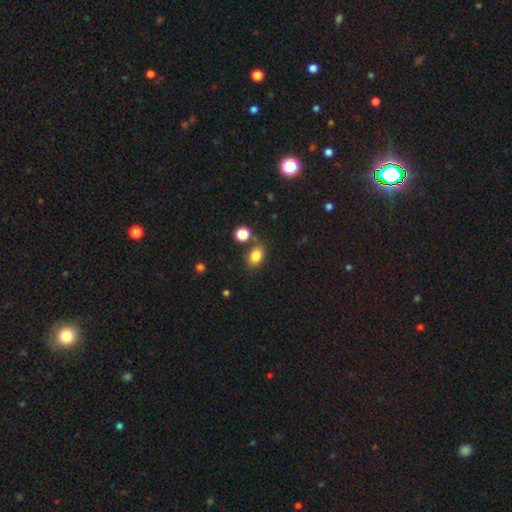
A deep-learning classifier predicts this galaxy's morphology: smooth-or-featured: smooth: 83% | star or artifact: 11% | featured or disk: 7%
  how-rounded: in between: 68% | round: 31% | cigar-shaped: 1%
  merging: none: 70% | minor disturbance: 14% | merger: 12% | major disturbance: 4%